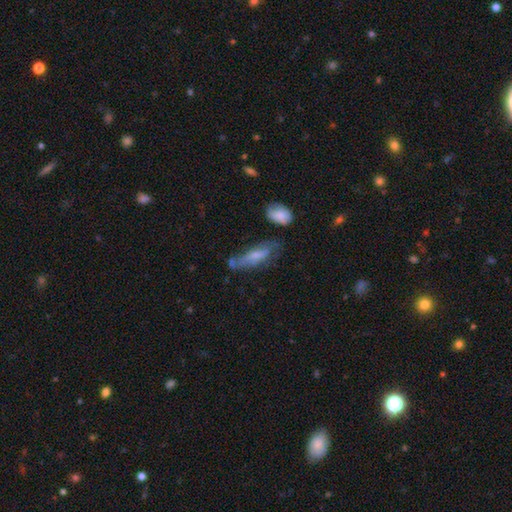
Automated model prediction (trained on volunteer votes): Morphology: type=smooth (50%); roundness=cigar-shaped (51%); merging=none (47%).